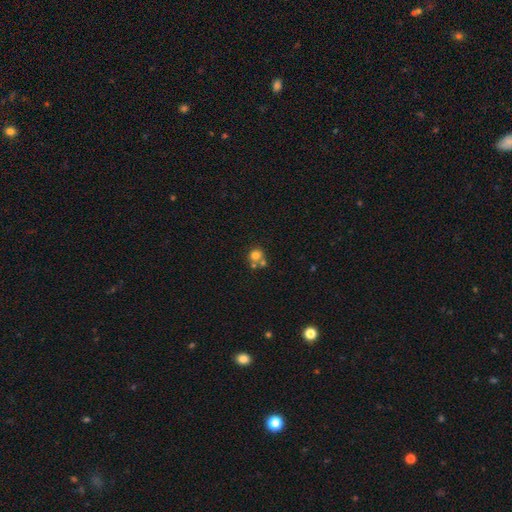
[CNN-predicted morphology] Smooth or featured? Predicted: smooth (p=0.75). How rounded? Predicted: round (p=0.86). Merging? Predicted: none (p=0.50).